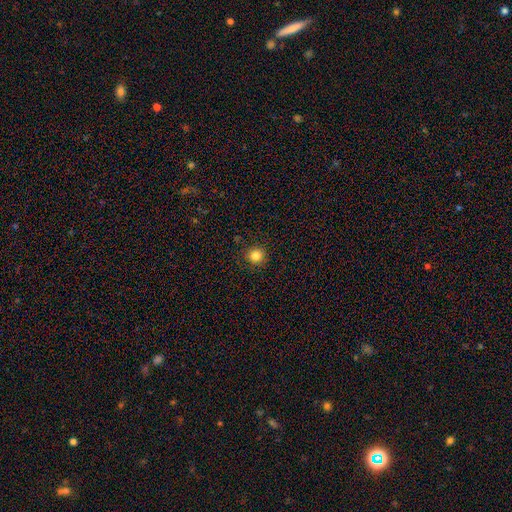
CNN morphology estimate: Q: Smooth or featured?
A: smooth (83%); runner-up: star or artifact (12%)
Q: How rounded?
A: round (94%); runner-up: in between (5%)
Q: Merging?
A: none (91%); runner-up: minor disturbance (6%)